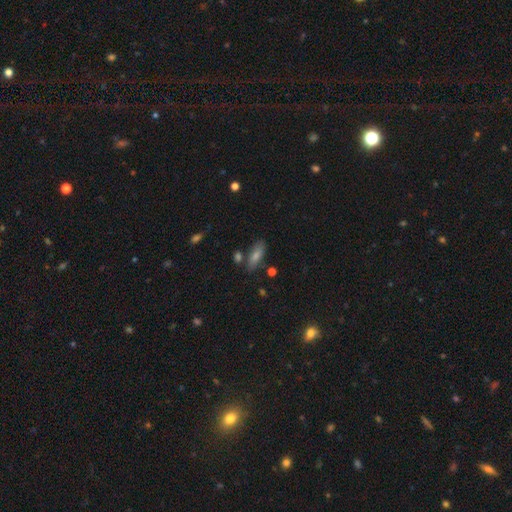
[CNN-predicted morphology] Smooth or featured?
  - smooth: 78% *
  - featured or disk: 15%
  - star or artifact: 7%
How rounded?
  - in between: 68% *
  - cigar-shaped: 30%
  - round: 3%
Merging?
  - none: 75% *
  - minor disturbance: 15%
  - merger: 7%
  - major disturbance: 3%